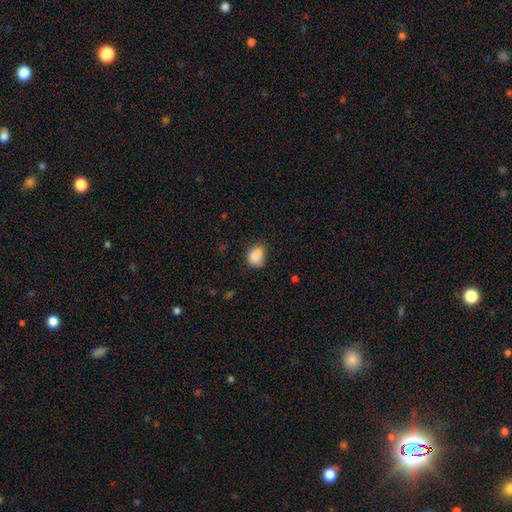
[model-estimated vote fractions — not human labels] Smooth or featured: smooth — 86% (star or artifact — 9%)
How rounded: in between — 64% (round — 34%)
Merging: none — 60% (minor disturbance — 30%)